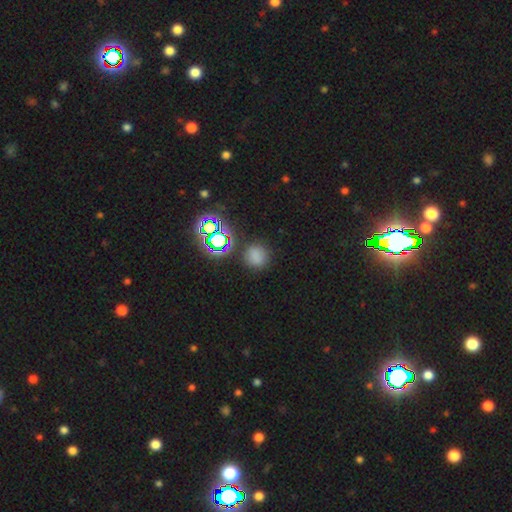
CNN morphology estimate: smooth 68%, star or artifact 26%, featured or disk 6%. Down the decision tree: how rounded — round (86%); merging — none (82%).